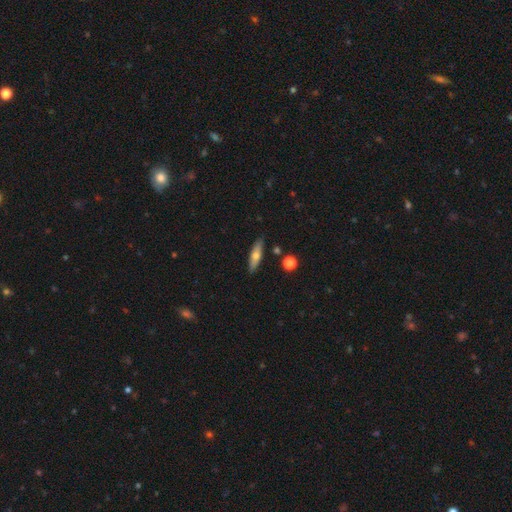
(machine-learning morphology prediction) type=smooth (58%); roundness=cigar-shaped (64%); merging=none (87%).